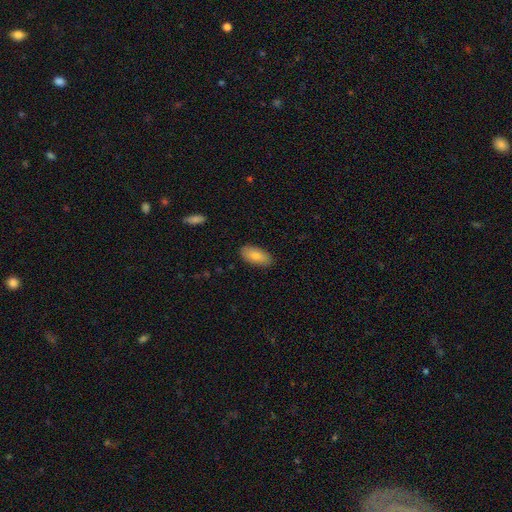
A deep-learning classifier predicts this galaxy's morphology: Overall: smooth (83%). How rounded: in between (91%). Merging: none (88%).